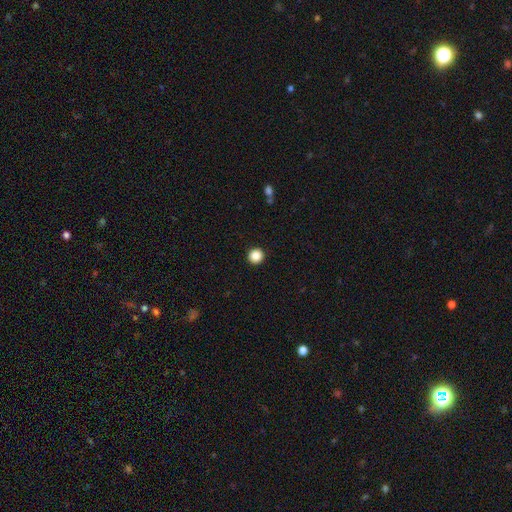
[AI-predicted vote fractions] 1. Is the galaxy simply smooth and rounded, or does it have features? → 87% smooth, 10% star or artifact, 3% featured or disk.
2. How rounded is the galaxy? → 94% round, 5% in between, 1% cigar-shaped.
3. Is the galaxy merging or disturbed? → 93% none, 4% minor disturbance, 1% major disturbance, 1% merger.